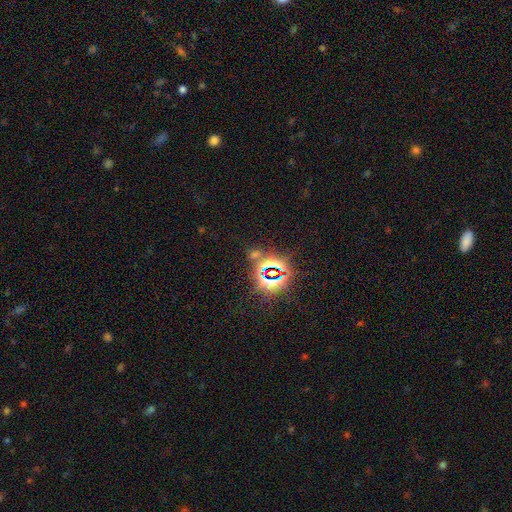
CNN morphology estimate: Q: Smooth or featured?
A: star or artifact (81%); runner-up: smooth (12%)